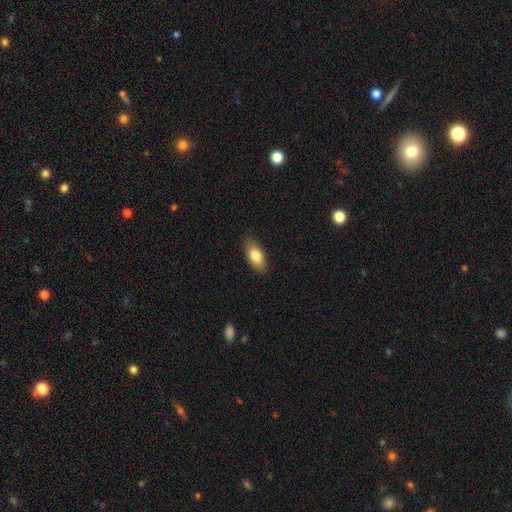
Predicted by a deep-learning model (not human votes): Smooth or featured? smooth (82%)
How rounded? in between (88%)
Merging? none (82%)